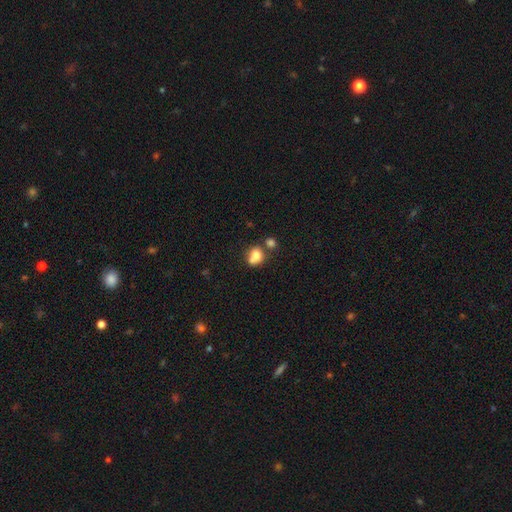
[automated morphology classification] The model was most divided on "merging": merger: 43%, none: 37%, minor disturbance: 14%, major disturbance: 6%. More confident: smooth or featured — smooth (77%); how rounded — round (61%).